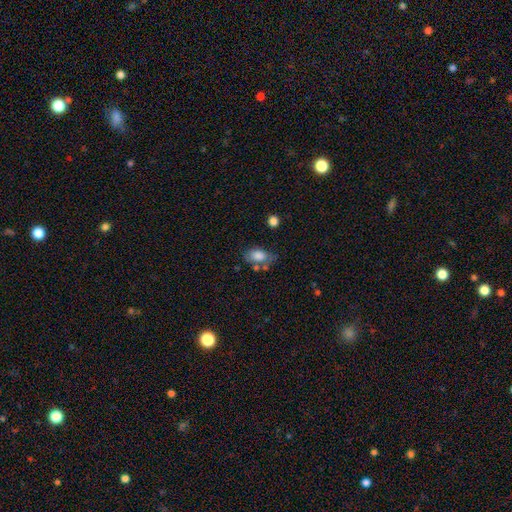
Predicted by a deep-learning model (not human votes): This appears to be a smooth galaxy with no disk features (78%) that is in between round and cigar-shaped (88%). Merging: none (50%).